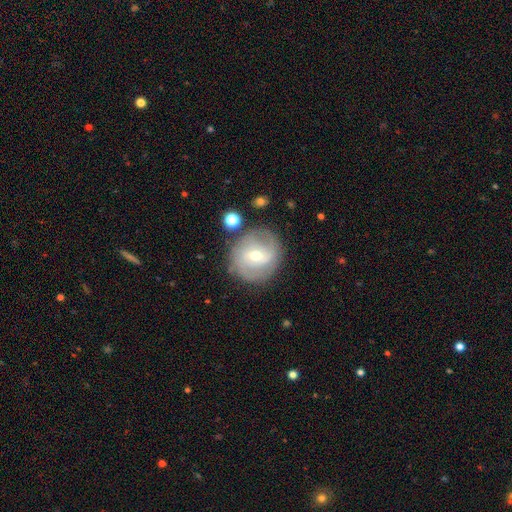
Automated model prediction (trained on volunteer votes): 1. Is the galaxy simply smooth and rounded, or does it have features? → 63% featured or disk, 29% smooth, 8% star or artifact.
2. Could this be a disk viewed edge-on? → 96% no, 4% yes.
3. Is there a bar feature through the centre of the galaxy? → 47% weak, 36% no, 17% strong.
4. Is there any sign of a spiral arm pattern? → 77% yes, 23% no.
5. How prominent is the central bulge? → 51% moderate, 45% small, 2% large, 1% none, 1% dominant.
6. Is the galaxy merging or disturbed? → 78% none, 13% minor disturbance, 6% major disturbance, 3% merger.